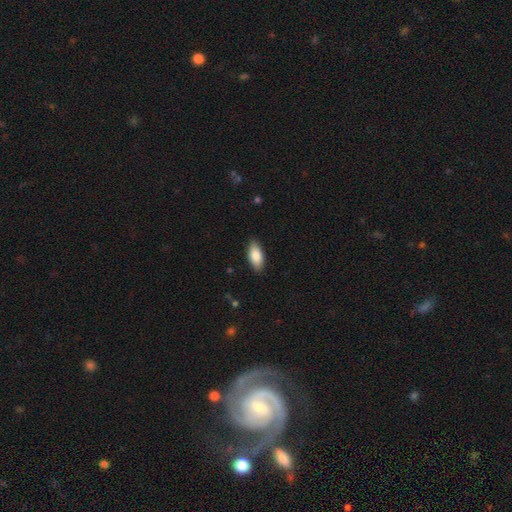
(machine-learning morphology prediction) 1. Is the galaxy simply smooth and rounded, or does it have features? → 83% smooth, 11% featured or disk, 6% star or artifact.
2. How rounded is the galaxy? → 87% in between, 10% cigar-shaped, 2% round.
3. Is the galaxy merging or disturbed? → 87% none, 10% minor disturbance, 2% major disturbance, 1% merger.